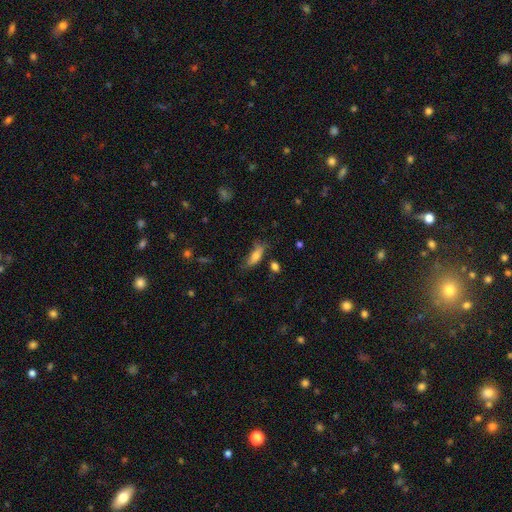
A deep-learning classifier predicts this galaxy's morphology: Smooth or featured: smooth — 72% (featured or disk — 19%)
How rounded: in between — 61% (cigar-shaped — 36%)
Merging: none — 53% (minor disturbance — 30%)